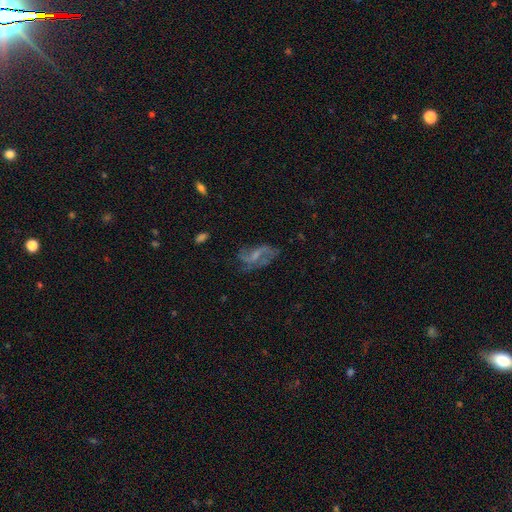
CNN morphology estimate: smooth-or-featured: featured or disk: 70% | smooth: 20% | star or artifact: 10%
  disk-edge-on: no: 95% | yes: 5%
    bar: weak: 47% | no: 35% | strong: 18%
    has-spiral-arms: yes: 84% | no: 16%
      spiral-winding: loose: 57% | medium: 33% | tight: 10%
      spiral-arm-count: 2: 67% | can't tell: 14% | 3: 8% | 1: 6% | 4: 3% | more than 4: 2%
    bulge-size: small: 41% | none: 33% | moderate: 23% | large: 3% | dominant: 1%
  merging: none: 53% | minor disturbance: 22% | major disturbance: 22% | merger: 3%